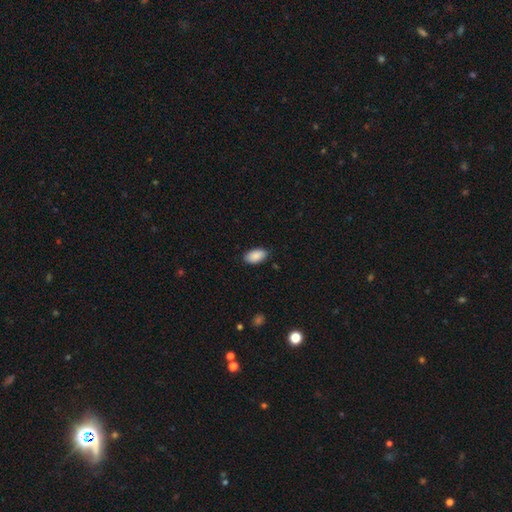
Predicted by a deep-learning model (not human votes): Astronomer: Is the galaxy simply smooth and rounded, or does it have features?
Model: smooth — 89%.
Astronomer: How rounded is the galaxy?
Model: in between — 95%.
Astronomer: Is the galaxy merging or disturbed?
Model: none — 85%.